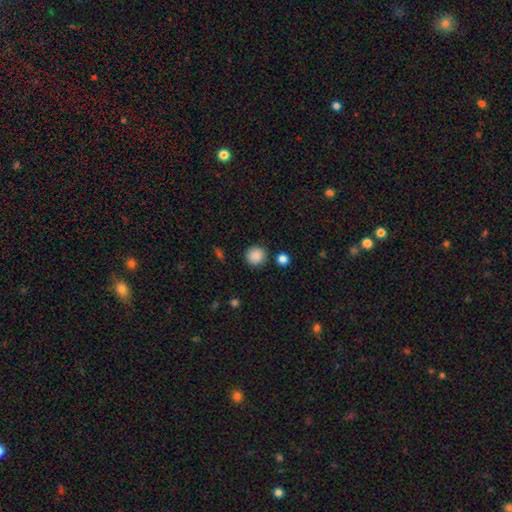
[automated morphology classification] A smooth galaxy with no disk features (88%) that is round (93%). Merging: none (87%).